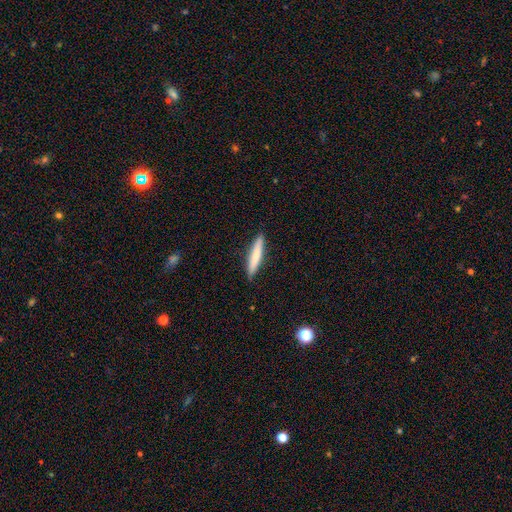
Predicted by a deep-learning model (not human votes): This appears to be a smooth galaxy with no disk features (74%) that is cigar-shaped (92%). Merging: none (89%).